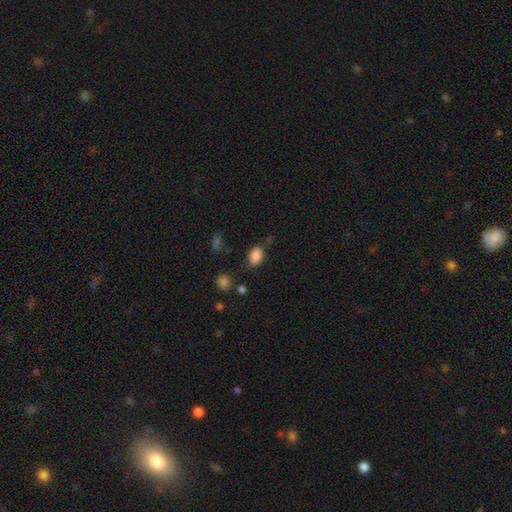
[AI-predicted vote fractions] A smooth galaxy with no disk features (86%) that is in between round and cigar-shaped (87%).

Vote fractions:
- Smooth or featured? smooth: 86% / star or artifact: 9% / featured or disk: 5%
- How rounded? in between: 87% / round: 11% / cigar-shaped: 2%
- Merging? none: 70% / minor disturbance: 20% / major disturbance: 6% / merger: 5%